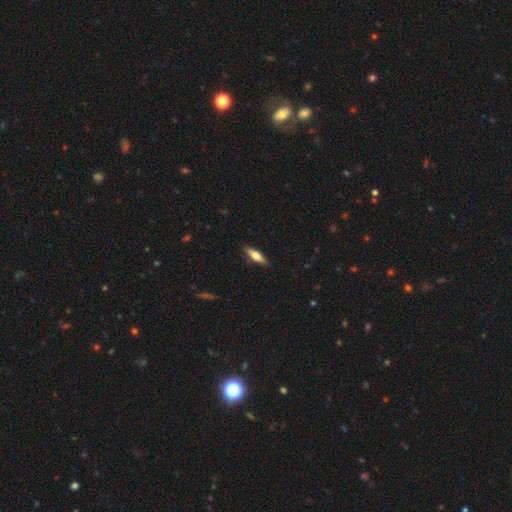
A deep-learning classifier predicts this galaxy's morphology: Q: Smooth or featured?
A: smooth (55%); runner-up: featured or disk (39%)
Q: How rounded?
A: cigar-shaped (54%); runner-up: in between (44%)
Q: Merging?
A: none (87%); runner-up: minor disturbance (10%)